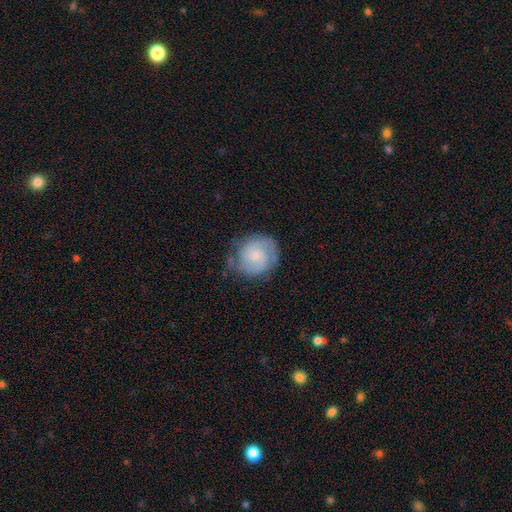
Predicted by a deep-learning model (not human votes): Smooth or featured? featured or disk (61%)
Edge-on disk? no (98%)
Bar? no (62%)
Spiral arms? yes (90%)
Spiral winding? tight (51%)
Spiral arm count? 2 (62%)
Bulge size? small (63%)
Merging? none (68%)